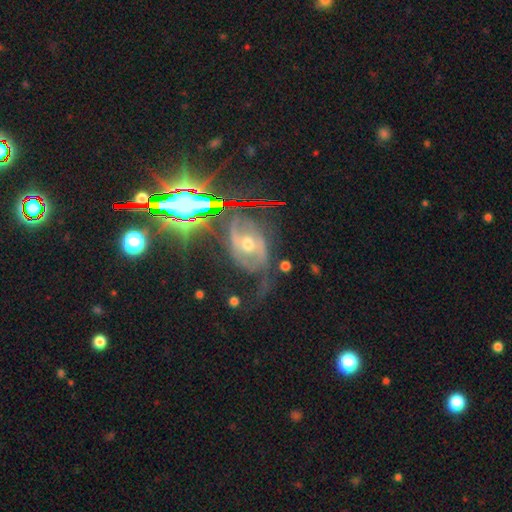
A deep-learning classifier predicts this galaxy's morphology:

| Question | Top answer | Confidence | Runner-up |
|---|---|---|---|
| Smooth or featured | featured or disk | 72% | star or artifact (17%) |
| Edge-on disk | no | 95% | yes (5%) |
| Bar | no | 42% | weak (36%) |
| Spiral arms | yes | 89% | no (11%) |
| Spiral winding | medium | 41% | loose (38%) |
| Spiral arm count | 2 | 74% | can't tell (13%) |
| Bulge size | moderate | 62% | small (32%) |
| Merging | none | 52% | major disturbance (23%) |